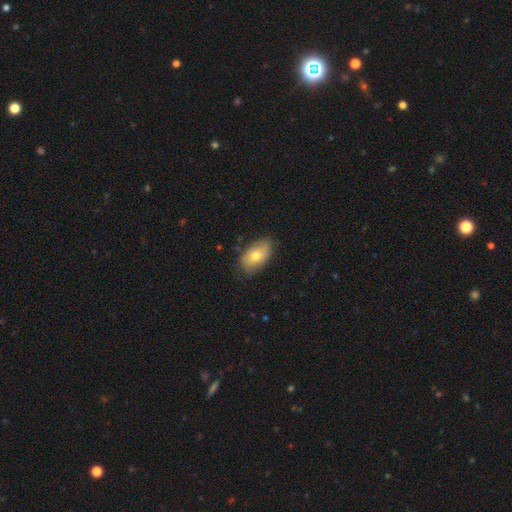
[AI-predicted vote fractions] Q: Smooth or featured?
A: smooth (70%); runner-up: featured or disk (23%)
Q: How rounded?
A: in between (92%); runner-up: round (6%)
Q: Merging?
A: none (80%); runner-up: minor disturbance (16%)